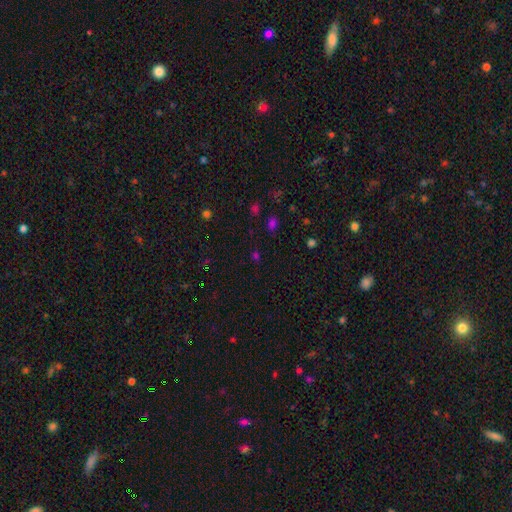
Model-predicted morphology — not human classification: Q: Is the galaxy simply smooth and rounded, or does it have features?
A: star or artifact — 51%.